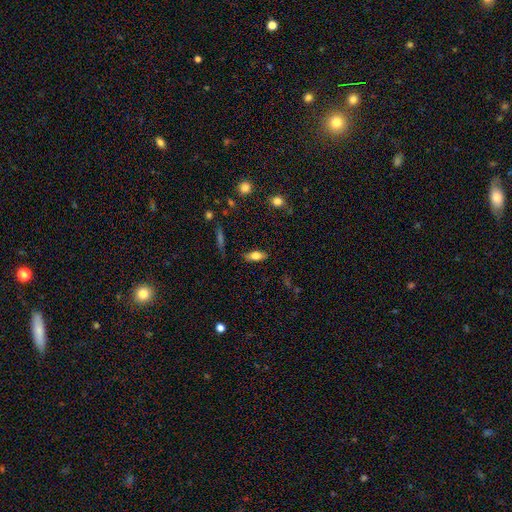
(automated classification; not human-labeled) This is likely a smooth galaxy (70%). How rounded: likely in between (77%). Merging: clearly none (84%).